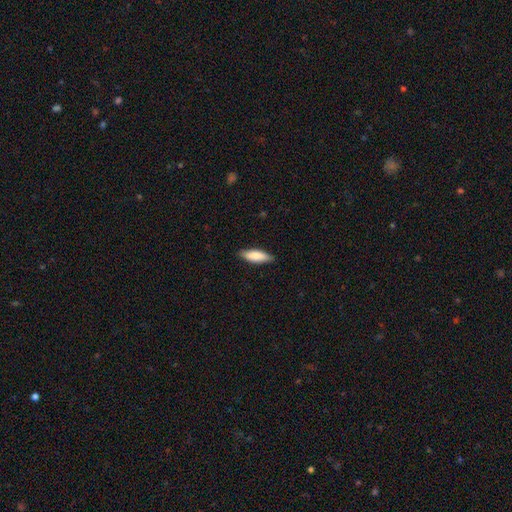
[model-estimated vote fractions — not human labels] Smooth or featured? Predicted: smooth (p=0.83). How rounded? Predicted: in between (p=0.56). Merging? Predicted: none (p=0.86).